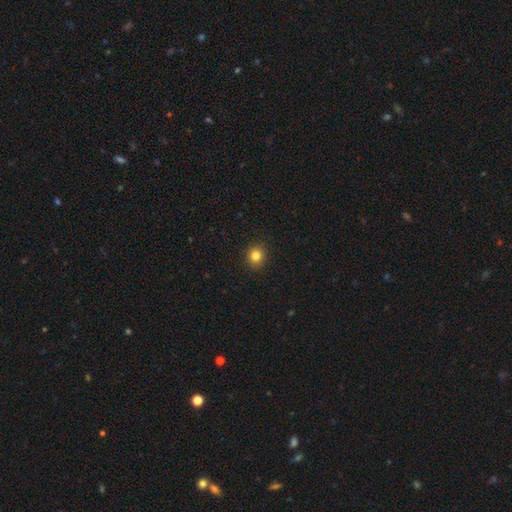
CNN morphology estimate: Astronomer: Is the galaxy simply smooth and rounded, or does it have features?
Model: smooth — 83%.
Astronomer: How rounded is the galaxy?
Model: round — 82%.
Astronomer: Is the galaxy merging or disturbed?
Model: none — 90%.